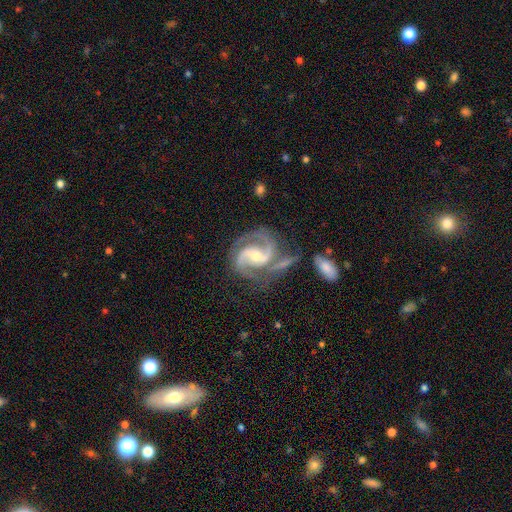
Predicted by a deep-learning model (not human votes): This appears to be a featured or disk galaxy (93%) with a weak bar (44%), 2 (84%) medium (62%) spiral arms (99%) and a moderate central bulge (48%). Merging: none (58%).